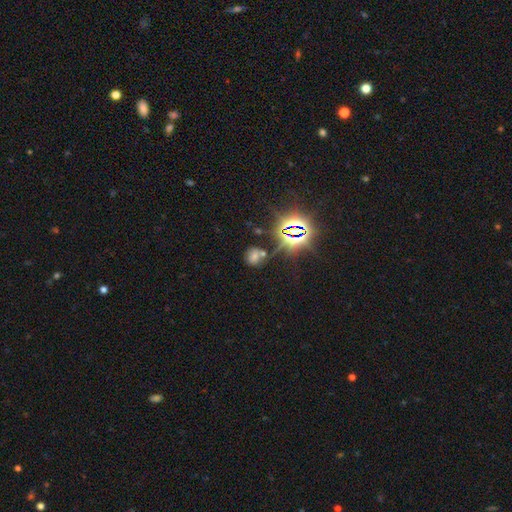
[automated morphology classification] Overall: star or artifact (44%, tied with smooth).